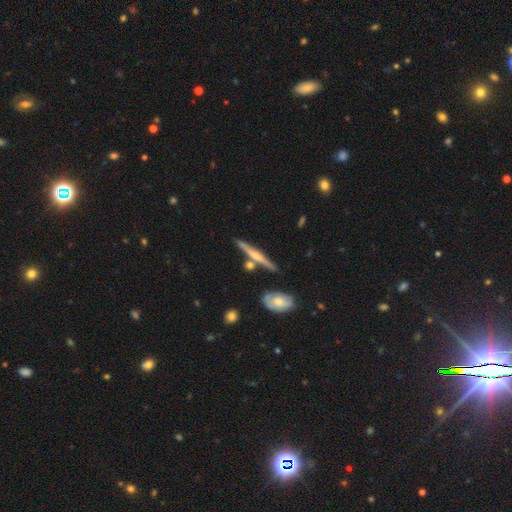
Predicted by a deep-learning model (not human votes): Smooth or featured?
  - featured or disk: 69% *
  - smooth: 25%
  - star or artifact: 6%
Edge-on disk?
  - yes: 97% *
  - no: 3%
Edge-on bulge?
  - rounded: 77% *
  - none: 15%
  - boxy: 8%
Merging?
  - none: 78% *
  - minor disturbance: 11%
  - merger: 9%
  - major disturbance: 2%